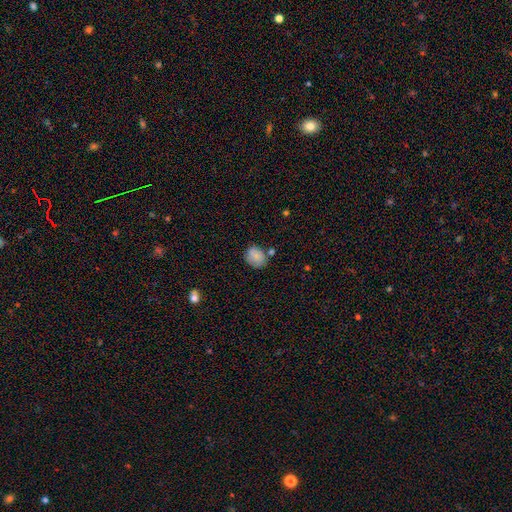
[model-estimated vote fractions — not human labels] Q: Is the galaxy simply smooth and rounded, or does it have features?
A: smooth — 82%.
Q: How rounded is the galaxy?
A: round — 56%.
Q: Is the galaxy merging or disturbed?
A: none — 66%.